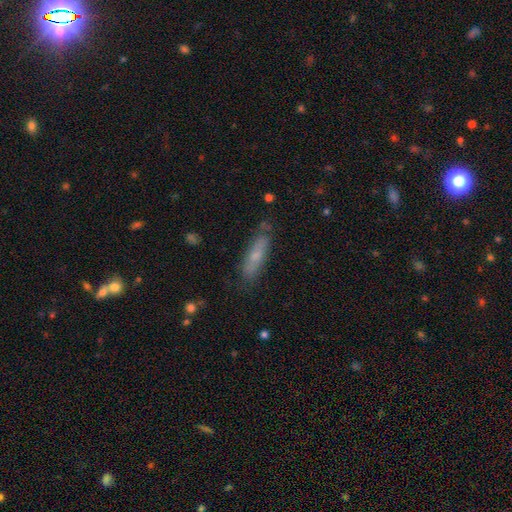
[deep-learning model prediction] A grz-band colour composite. It shows a smooth galaxy with no disk features (61%) that is cigar-shaped (66%). Merging: none (74%).